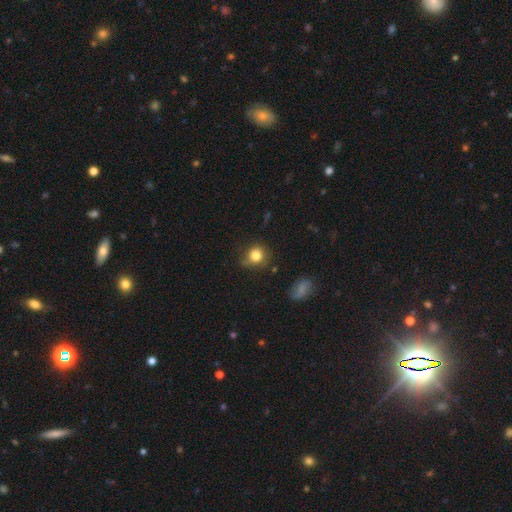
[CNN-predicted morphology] A smooth galaxy with no disk features (80%) that is round (81%). Merging: none (64%).